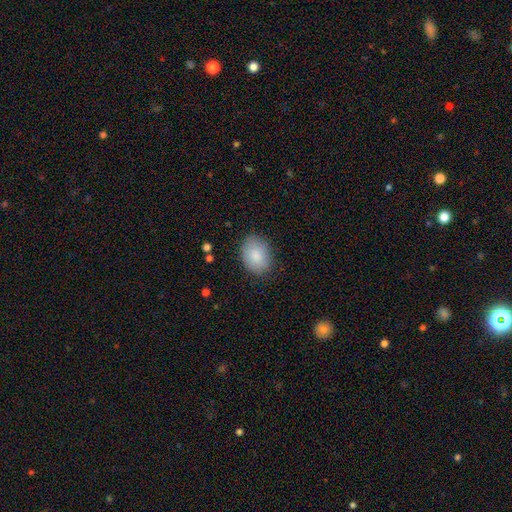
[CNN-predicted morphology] This appears to be a smooth galaxy with no disk features (86%) that is in between round and cigar-shaped (72%). Merging: none (82%).